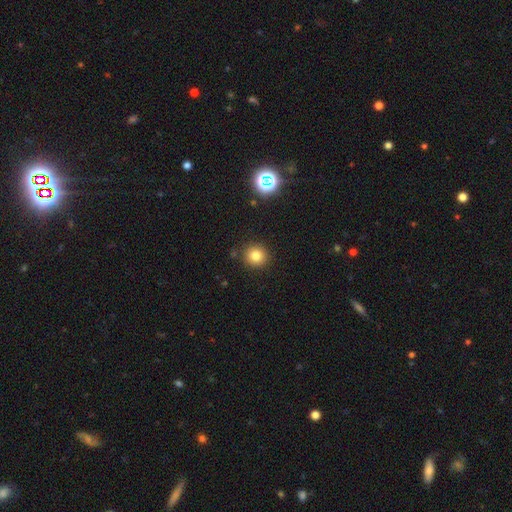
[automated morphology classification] Overall: smooth (80%). How rounded: round (91%). Merging: none (88%).